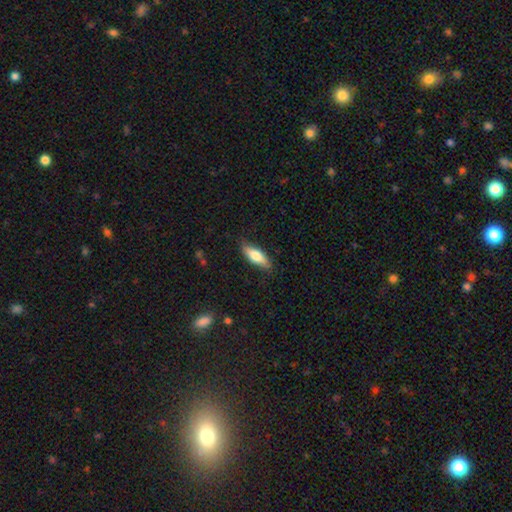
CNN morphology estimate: A smooth galaxy with no disk features (71%) that is in between round and cigar-shaped (59%).

Vote fractions:
- Smooth or featured? smooth: 71% / featured or disk: 23% / star or artifact: 6%
- How rounded? in between: 59% / cigar-shaped: 39% / round: 2%
- Merging? none: 81% / minor disturbance: 15% / major disturbance: 3% / merger: 1%